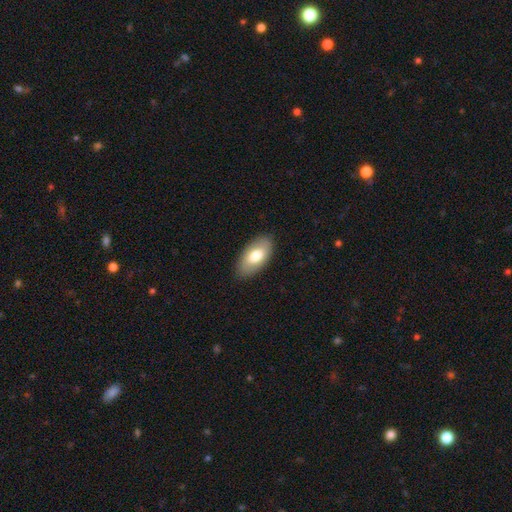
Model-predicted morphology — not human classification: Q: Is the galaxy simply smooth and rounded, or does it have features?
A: smooth — 73%.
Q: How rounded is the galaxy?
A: in between — 94%.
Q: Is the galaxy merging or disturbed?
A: none — 87%.